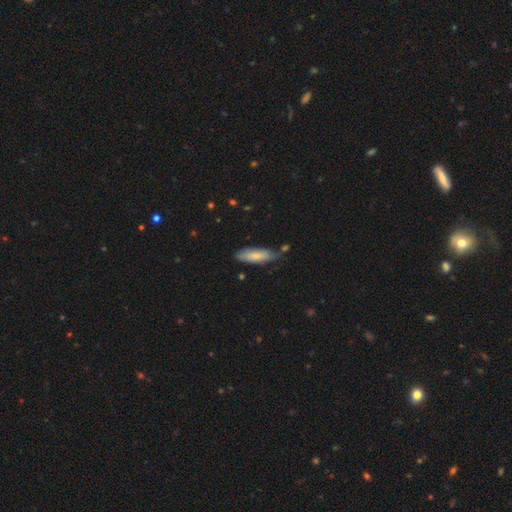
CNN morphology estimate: smooth_or_featured: smooth (p=0.76) [alt: featured or disk p=0.18]
how_rounded: cigar-shaped (p=0.50) [alt: in between p=0.48]
merging: none (p=0.69) [alt: minor disturbance p=0.22]